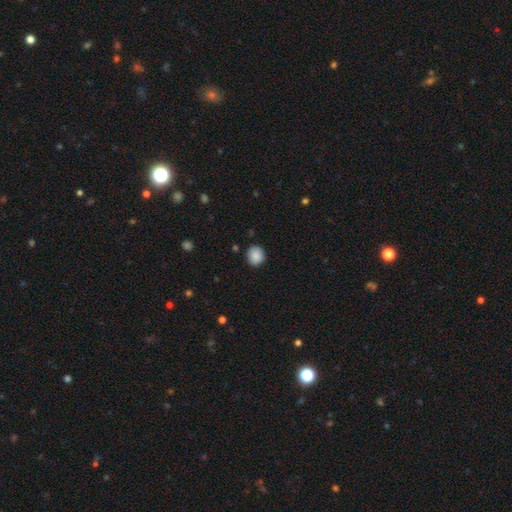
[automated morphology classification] This appears to be a smooth galaxy with no disk features (87%) that is round (84%). Merging: none (86%).